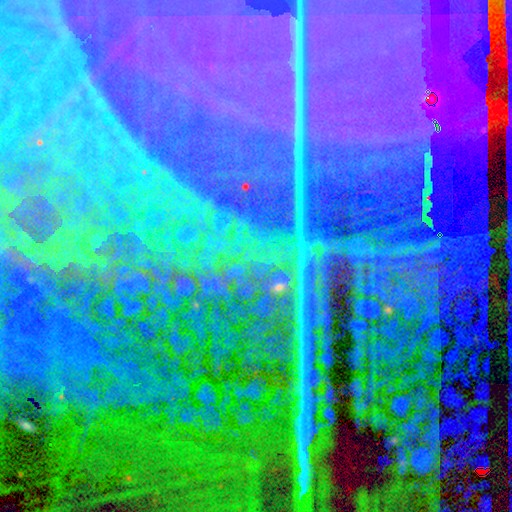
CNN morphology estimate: smooth_or_featured: star or artifact (p=0.87) [alt: featured or disk p=0.07]